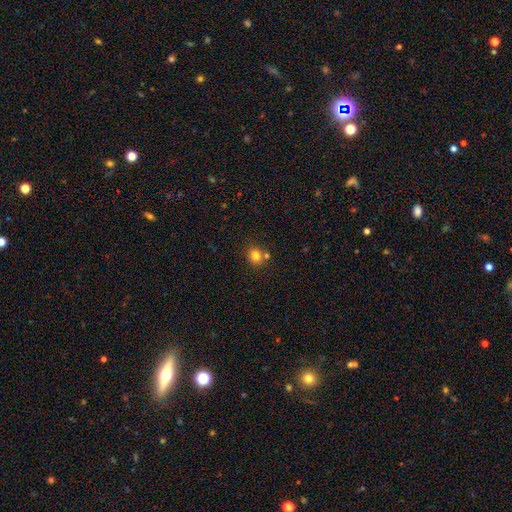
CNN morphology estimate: smooth-or-featured: smooth: 80% | star or artifact: 12% | featured or disk: 8%
  how-rounded: round: 73% | in between: 26% | cigar-shaped: 1%
  merging: none: 65% | merger: 21% | minor disturbance: 11% | major disturbance: 3%